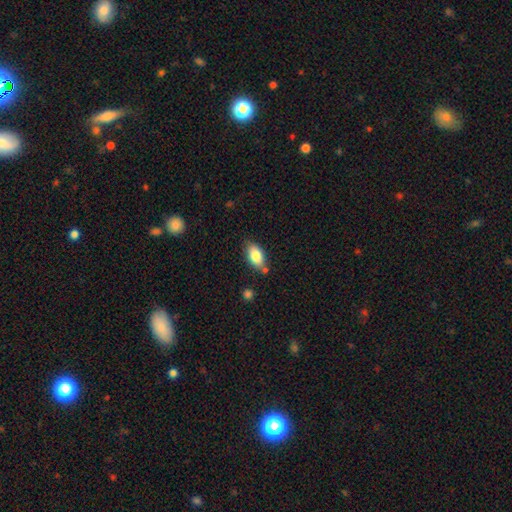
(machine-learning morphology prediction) Overall: smooth (83%). How rounded: in between (91%). Merging: none (72%).